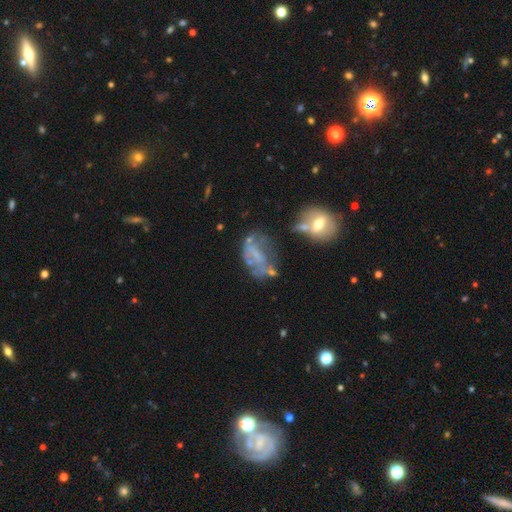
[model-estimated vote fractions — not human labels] Smooth or featured? Predicted: featured or disk (p=0.56). Edge-on disk? Predicted: no (p=0.95). Bar? Predicted: no (p=0.61). Spiral arms? Predicted: no (p=0.74). Bulge size? Predicted: none (p=0.59). Merging? Predicted: none (p=0.34).